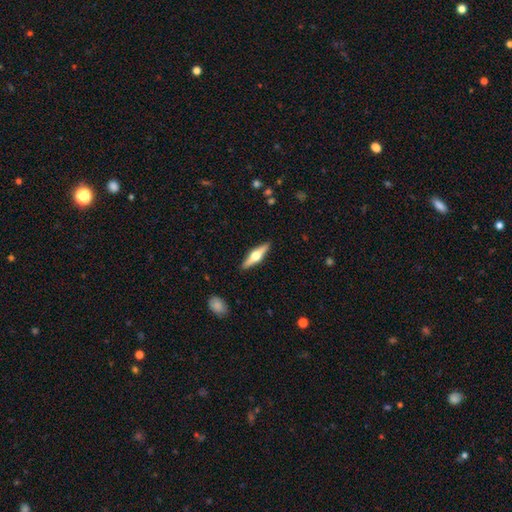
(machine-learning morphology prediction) smooth-or-featured: featured or disk: 68% | smooth: 27% | star or artifact: 5%
  disk-edge-on: yes: 97% | no: 3%
    edge-on-bulge: rounded: 96% | boxy: 3% | none: 1%
  merging: none: 90% | minor disturbance: 7% | major disturbance: 2% | merger: 1%